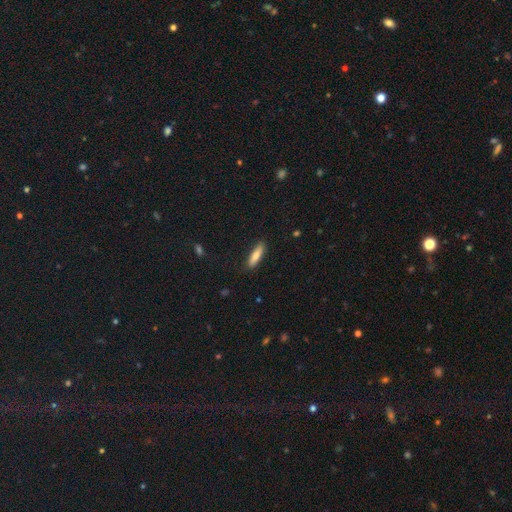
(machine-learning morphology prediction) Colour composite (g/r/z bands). It shows a smooth galaxy with no disk features (74%) that is cigar-shaped (67%). Merging: none (87%).